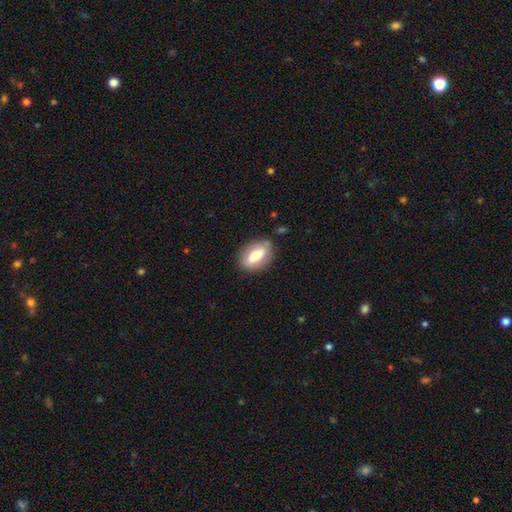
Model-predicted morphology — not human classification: This appears to be a smooth galaxy with no disk features (64%) that is in between round and cigar-shaped (84%). Merging: none (80%).